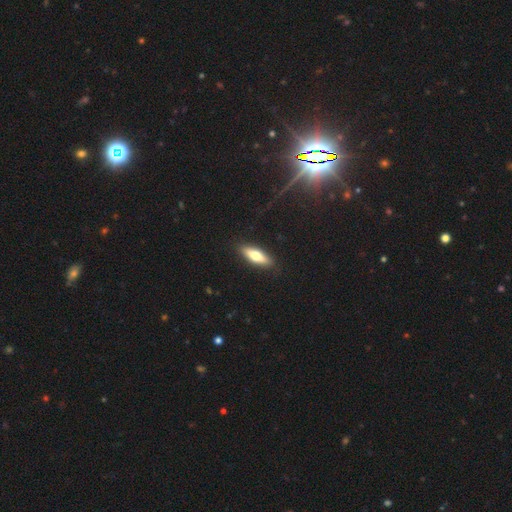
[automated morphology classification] A smooth galaxy with no disk features (61%) that is cigar-shaped (52%).

Vote fractions:
- Smooth or featured? smooth: 61% / featured or disk: 33% / star or artifact: 6%
- How rounded? cigar-shaped: 52% / in between: 46% / round: 2%
- Merging? none: 89% / minor disturbance: 8% / major disturbance: 2% / merger: 1%